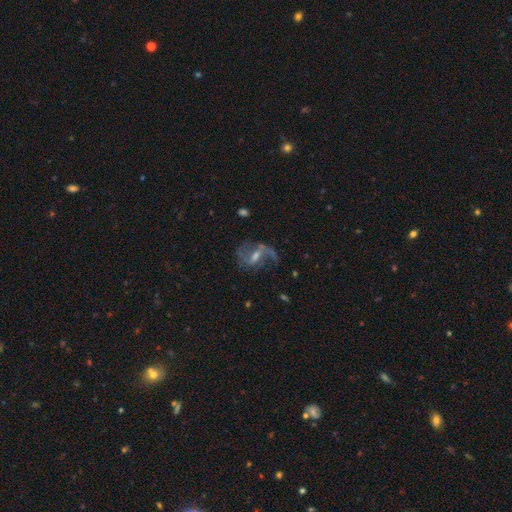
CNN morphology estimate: A featured or disk galaxy (82%) with a weak bar (51%), 2 (79%) loose (57%) spiral arms (92%) and a moderate central bulge (45%).

Vote fractions:
- Smooth or featured? featured or disk: 82% / smooth: 10% / star or artifact: 9%
- Edge-on disk? no: 96% / yes: 4%
- Bar? weak: 51% / strong: 28% / no: 20%
- Spiral arms? yes: 92% / no: 8%
- Spiral winding? loose: 57% / medium: 35% / tight: 8%
- Spiral arm count? 2: 79% / 1: 10% / can't tell: 6% / 3: 2% / 4: 1% / more than 4: 1%
- Bulge size? moderate: 45% / small: 41% / none: 8% / large: 4% / dominant: 1%
- Merging? none: 60% / major disturbance: 19% / minor disturbance: 18% / merger: 3%